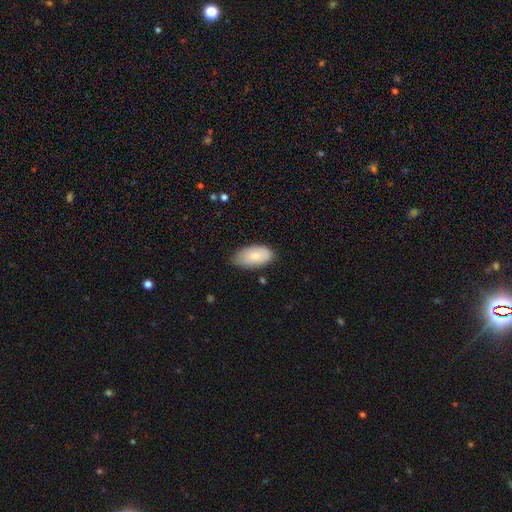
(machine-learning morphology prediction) A smooth galaxy with no disk features (81%) that is in between round and cigar-shaped (95%). Merging: none (69%).